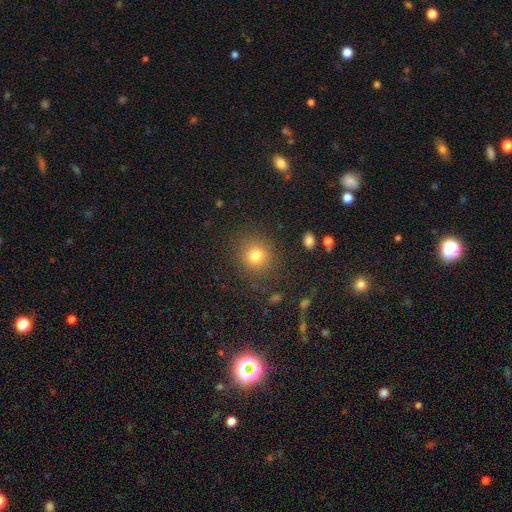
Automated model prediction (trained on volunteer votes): Smooth or featured? Predicted: smooth (p=0.79). How rounded? Predicted: round (p=0.90). Merging? Predicted: none (p=0.88).